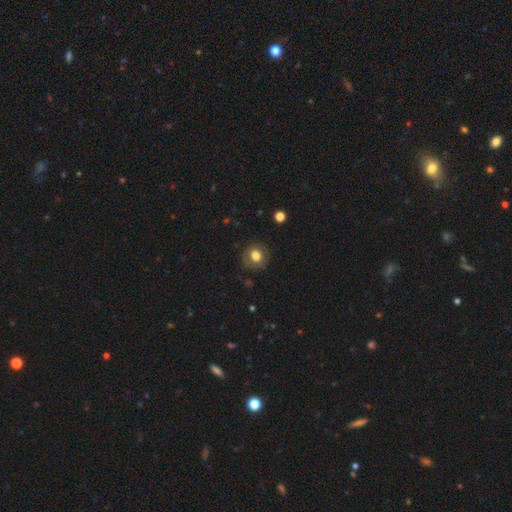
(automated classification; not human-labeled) smooth 78%, featured or disk 12%, star or artifact 10%. Down the decision tree: how rounded — round (84%); merging — none (85%).